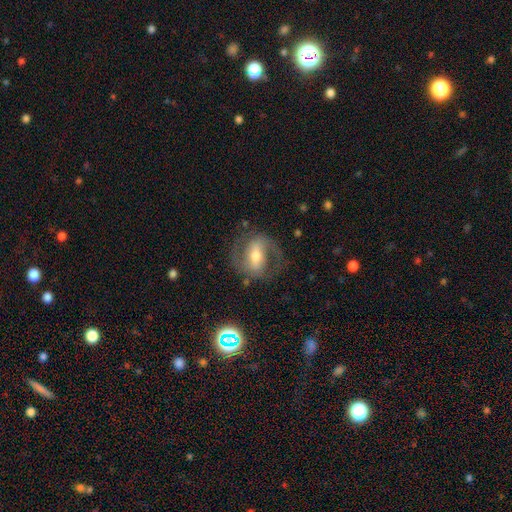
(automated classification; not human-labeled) A featured or disk galaxy (75%) with a strong bar (49%), 2 (87%) medium (54%) spiral arms (87%) and a moderate central bulge (60%). Merging: none (72%).